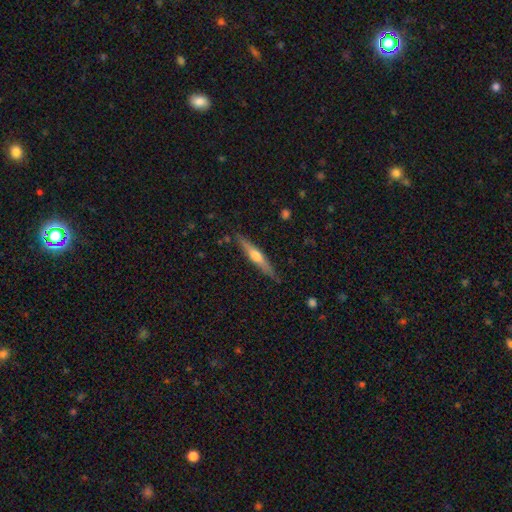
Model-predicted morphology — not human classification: Smooth or featured: featured or disk — 64% (smooth — 31%)
Edge-on disk: yes — 96% (no — 4%)
Edge-on bulge: rounded — 91% (none — 5%)
Merging: none — 87% (minor disturbance — 10%)